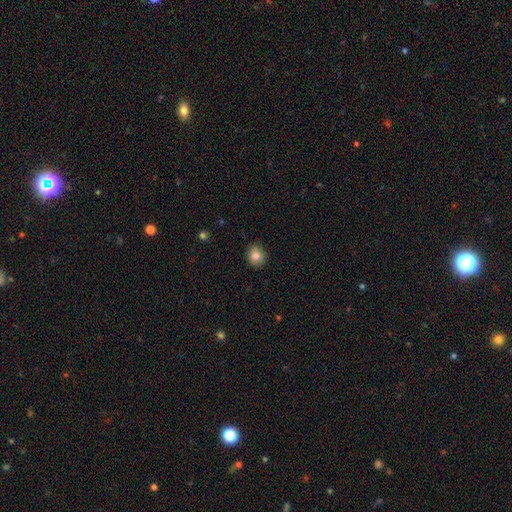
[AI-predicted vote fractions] smooth 83%, star or artifact 10%, featured or disk 8%. Down the decision tree: how rounded — round (72%); merging — none (85%).